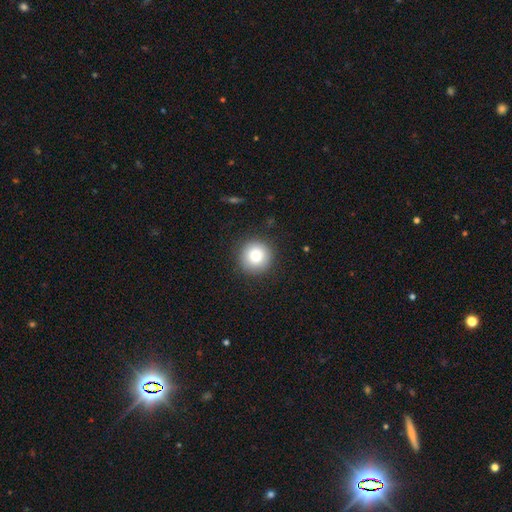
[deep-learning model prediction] Smooth or featured?
  - smooth: 81% *
  - featured or disk: 9%
  - star or artifact: 9%
How rounded?
  - round: 95% *
  - in between: 4%
  - cigar-shaped: 1%
Merging?
  - none: 90% *
  - minor disturbance: 7%
  - major disturbance: 2%
  - merger: 1%